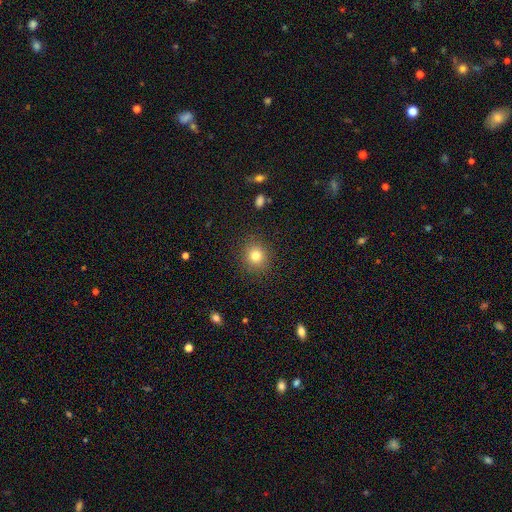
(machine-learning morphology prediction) smooth 80%, star or artifact 12%, featured or disk 7%. Down the decision tree: how rounded — round (84%); merging — none (89%).